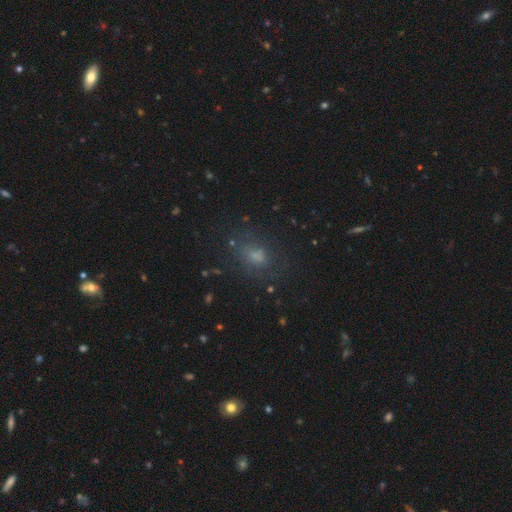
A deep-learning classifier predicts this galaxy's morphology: A smooth galaxy with no disk features (62%) that is in between round and cigar-shaped (60%).

Vote fractions:
- Smooth or featured? smooth: 62% / star or artifact: 20% / featured or disk: 18%
- How rounded? in between: 60% / round: 38% / cigar-shaped: 2%
- Merging? none: 70% / minor disturbance: 18% / major disturbance: 10% / merger: 3%